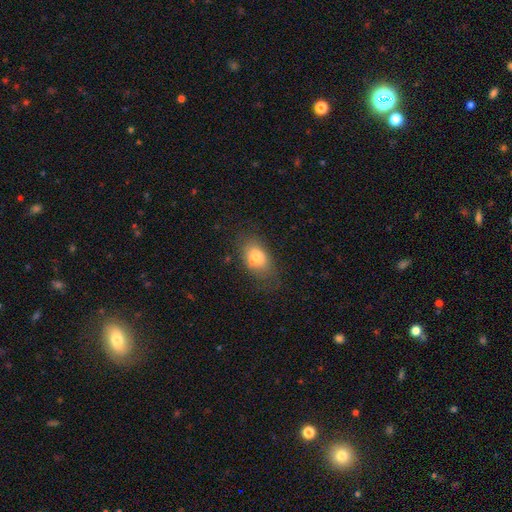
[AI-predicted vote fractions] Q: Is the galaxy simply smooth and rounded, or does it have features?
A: smooth — 76%.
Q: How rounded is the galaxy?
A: in between — 80%.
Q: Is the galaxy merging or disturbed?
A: none — 64%.